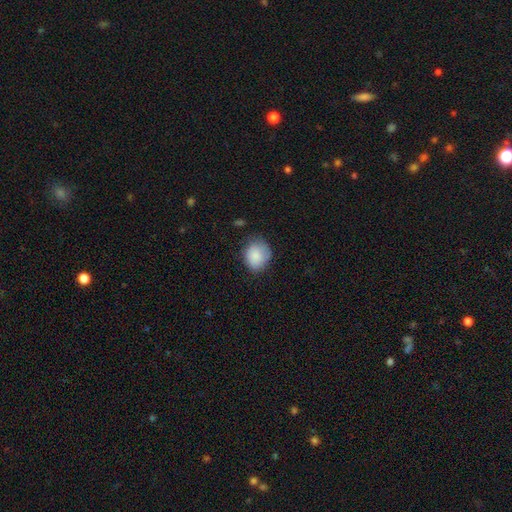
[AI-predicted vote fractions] This appears to be a smooth galaxy with no disk features (87%) that is round (57%). Merging: none (66%).